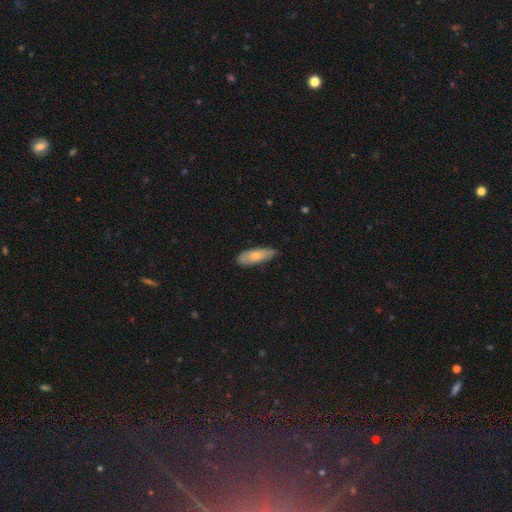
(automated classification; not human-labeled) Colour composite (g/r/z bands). It shows a smooth galaxy with no disk features (74%) that is in between round and cigar-shaped (65%). Merging: none (69%).